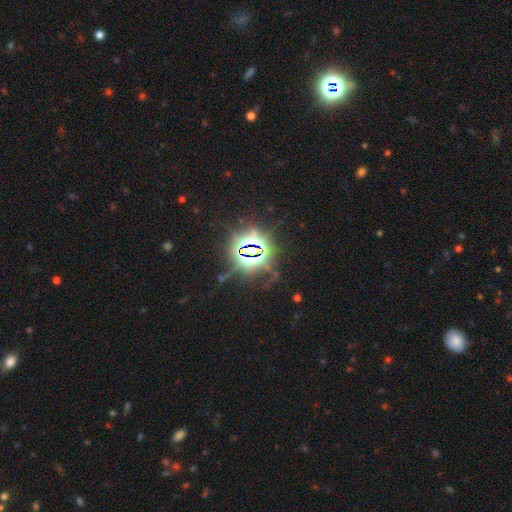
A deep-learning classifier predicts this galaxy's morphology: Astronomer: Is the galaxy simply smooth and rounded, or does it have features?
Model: star or artifact — 84%.